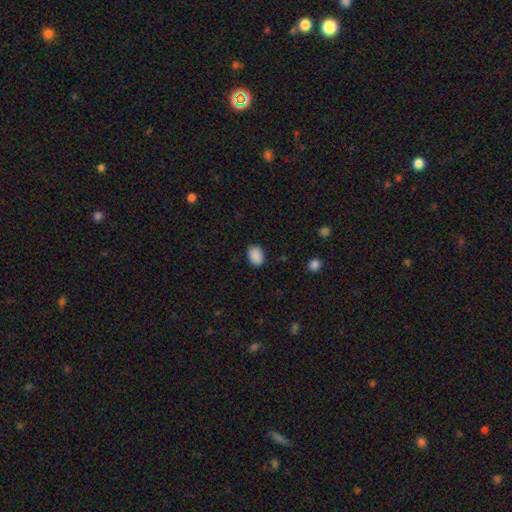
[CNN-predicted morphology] The model was most divided on "how rounded": in between: 77%, round: 22%, cigar-shaped: 1%. More confident: smooth or featured — smooth (89%); merging — none (87%).